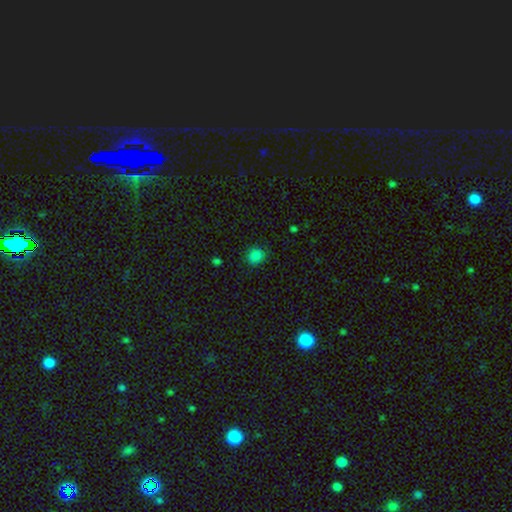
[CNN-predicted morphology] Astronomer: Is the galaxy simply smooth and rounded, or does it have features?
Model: smooth — 84%.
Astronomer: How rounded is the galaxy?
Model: round — 83%.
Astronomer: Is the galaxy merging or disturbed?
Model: none — 87%.